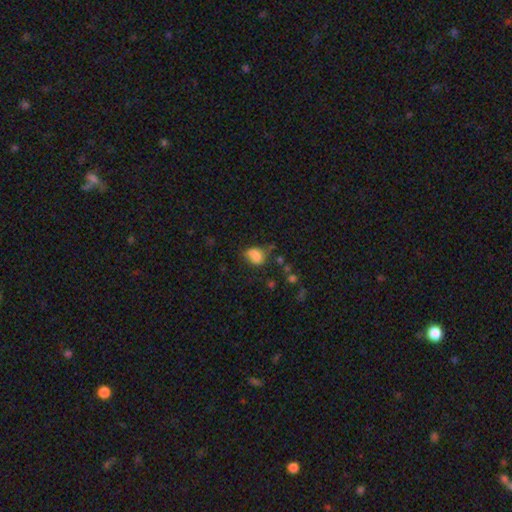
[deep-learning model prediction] Smooth or featured? Predicted: smooth (p=0.75). How rounded? Predicted: in between (p=0.59). Merging? Predicted: none (p=0.37).